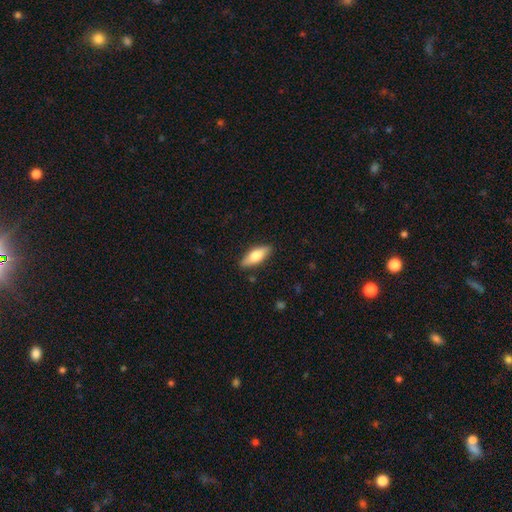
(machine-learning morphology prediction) This appears to be a smooth galaxy with no disk features (67%) that is in between round and cigar-shaped (67%). Merging: none (88%).